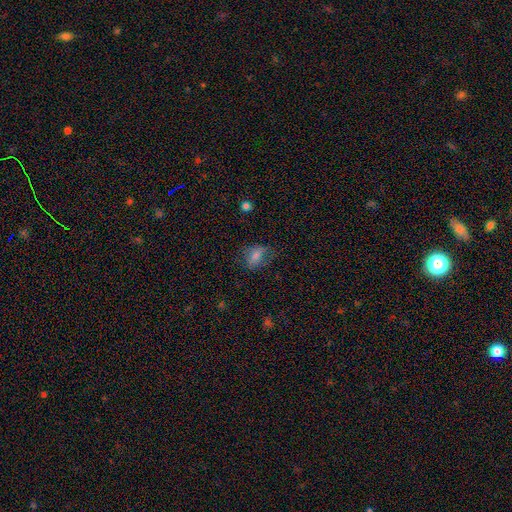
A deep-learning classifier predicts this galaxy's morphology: Smooth or featured? Predicted: smooth (p=0.68). How rounded? Predicted: in between (p=0.76). Merging? Predicted: none (p=0.57).